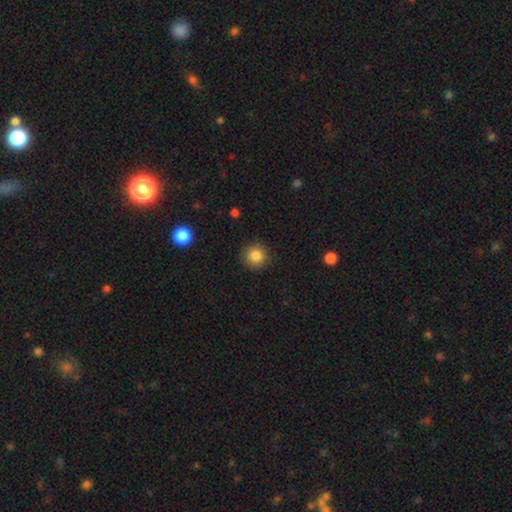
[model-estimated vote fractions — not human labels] A smooth galaxy with no disk features (85%) that is round (95%).

Vote fractions:
- Smooth or featured? smooth: 85% / star or artifact: 10% / featured or disk: 5%
- How rounded? round: 95% / in between: 5% / cigar-shaped: 1%
- Merging? none: 91% / minor disturbance: 6% / major disturbance: 2% / merger: 1%